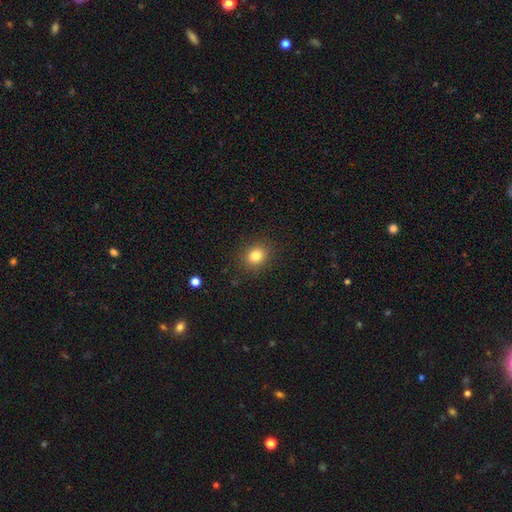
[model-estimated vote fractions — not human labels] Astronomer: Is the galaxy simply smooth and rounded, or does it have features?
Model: smooth — 81%.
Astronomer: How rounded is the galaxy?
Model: round — 74%.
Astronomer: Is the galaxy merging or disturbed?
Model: none — 89%.